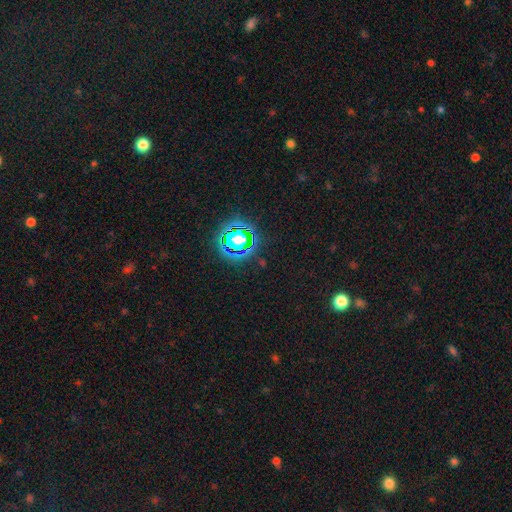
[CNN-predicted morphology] smooth_or_featured: star or artifact (p=0.77) [alt: smooth p=0.16]